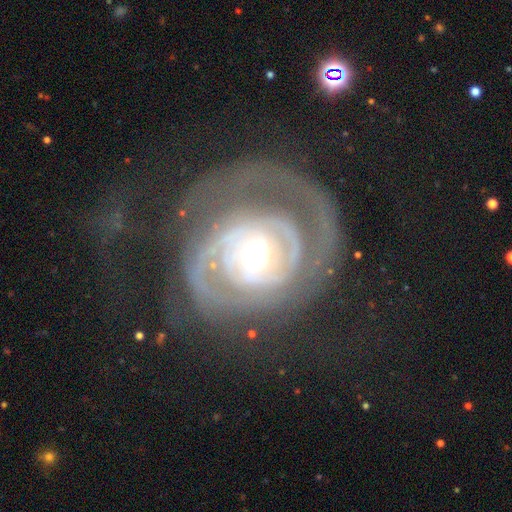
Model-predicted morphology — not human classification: Q: Smooth or featured?
A: featured or disk (89%); runner-up: smooth (6%)
Q: Edge-on disk?
A: no (97%); runner-up: yes (3%)
Q: Bar?
A: no (66%); runner-up: weak (23%)
Q: Spiral arms?
A: yes (94%); runner-up: no (6%)
Q: Spiral winding?
A: tight (66%); runner-up: medium (25%)
Q: Spiral arm count?
A: 2 (47%); runner-up: can't tell (19%)
Q: Bulge size?
A: moderate (68%); runner-up: small (15%)
Q: Merging?
A: none (56%); runner-up: major disturbance (25%)